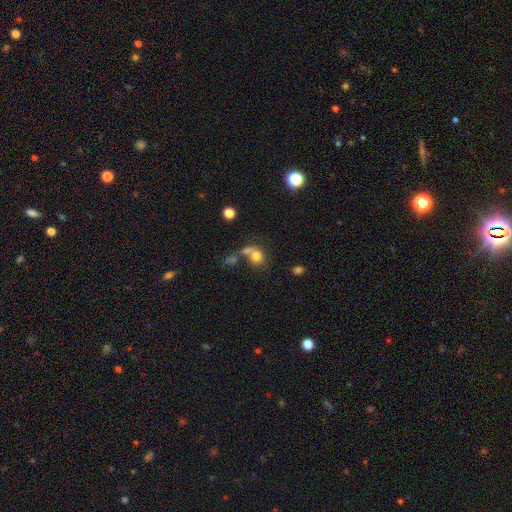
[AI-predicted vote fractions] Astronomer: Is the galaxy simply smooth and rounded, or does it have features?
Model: smooth — 74%.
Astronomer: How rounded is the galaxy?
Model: round — 67%.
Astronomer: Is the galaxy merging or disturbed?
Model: merger — 38%, tied with none at 38%.